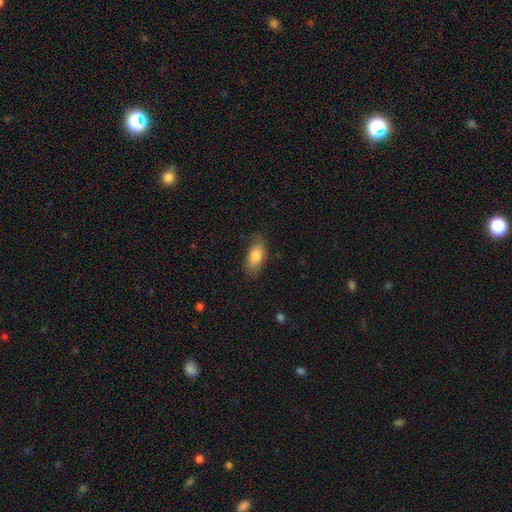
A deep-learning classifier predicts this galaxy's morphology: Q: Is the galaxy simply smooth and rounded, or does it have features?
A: smooth — 82%.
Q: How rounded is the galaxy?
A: in between — 90%.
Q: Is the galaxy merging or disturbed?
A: none — 76%.